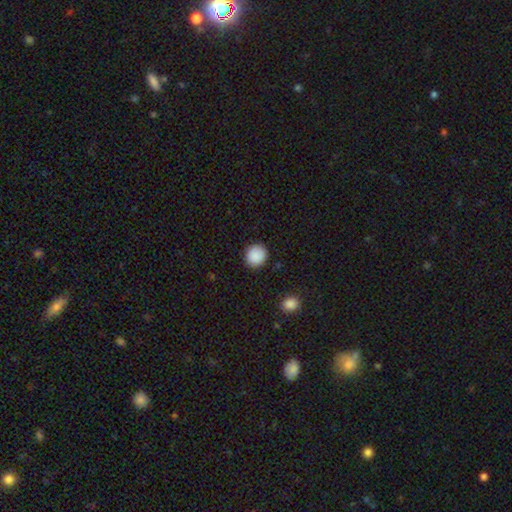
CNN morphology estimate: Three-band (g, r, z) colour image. It shows a smooth galaxy with no disk features (89%) that is round (89%). Merging: none (90%).